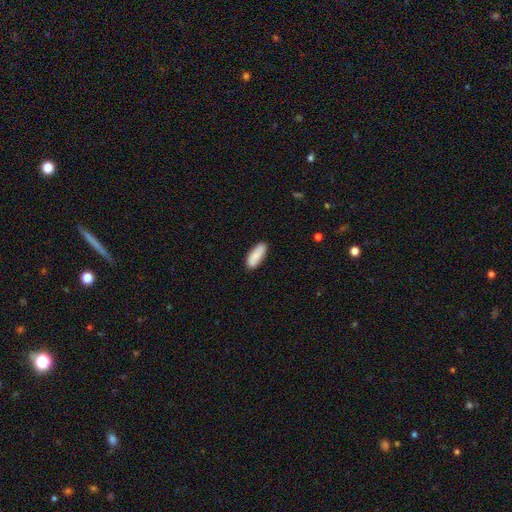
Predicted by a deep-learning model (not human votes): A smooth galaxy with no disk features (87%) that is in between round and cigar-shaped (69%).

Vote fractions:
- Smooth or featured? smooth: 87% / featured or disk: 8% / star or artifact: 6%
- How rounded? in between: 69% / cigar-shaped: 29% / round: 2%
- Merging? none: 85% / minor disturbance: 12% / major disturbance: 2% / merger: 1%